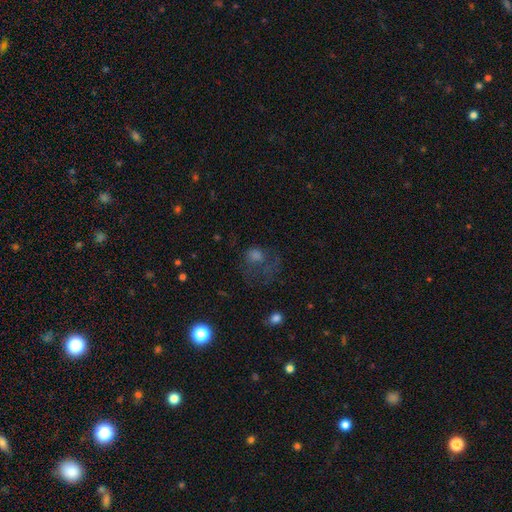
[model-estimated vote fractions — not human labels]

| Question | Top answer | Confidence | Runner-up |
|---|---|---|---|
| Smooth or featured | smooth | 52% | star or artifact (25%) |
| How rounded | round | 63% | in between (36%) |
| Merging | major disturbance | 43% | none (37%) |